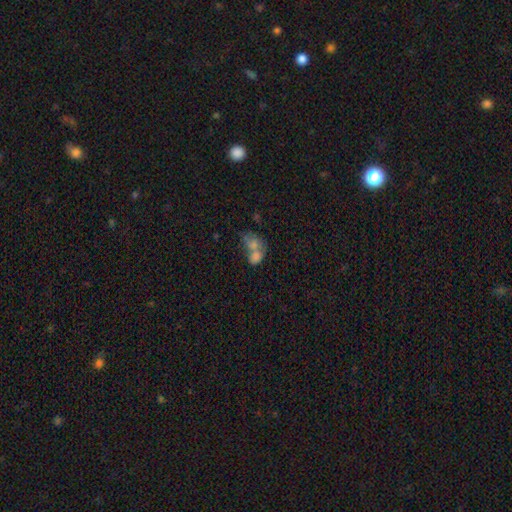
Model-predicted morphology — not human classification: Smooth or featured: smooth — 73% (featured or disk — 17%)
How rounded: in between — 69% (round — 30%)
Merging: merger — 68% (none — 18%)